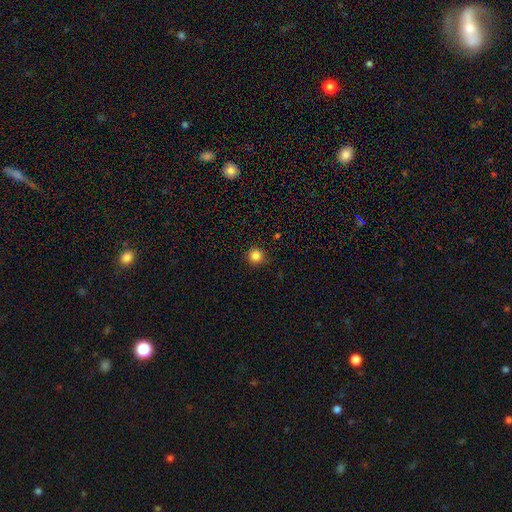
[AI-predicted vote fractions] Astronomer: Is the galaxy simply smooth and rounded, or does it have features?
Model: smooth — 85%.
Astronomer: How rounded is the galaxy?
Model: round — 95%.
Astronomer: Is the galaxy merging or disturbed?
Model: none — 89%.